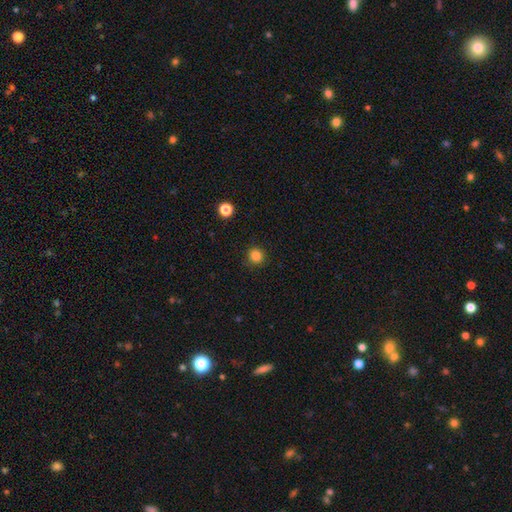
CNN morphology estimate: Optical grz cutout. It shows a smooth galaxy with no disk features (84%) that is round (93%). Merging: none (91%).